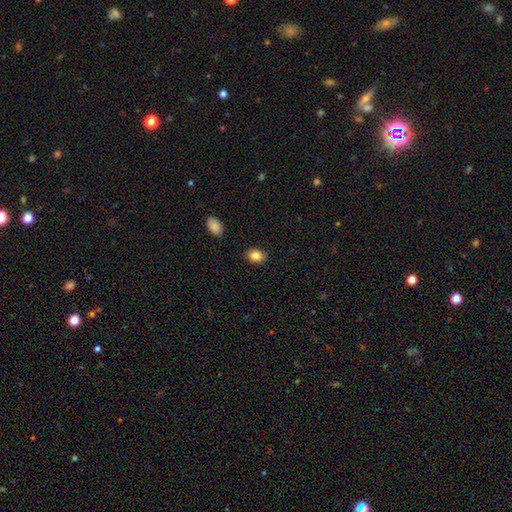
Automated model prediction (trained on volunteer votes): Smooth or featured: smooth — 84% (star or artifact — 9%)
How rounded: in between — 60% (round — 39%)
Merging: none — 85% (minor disturbance — 11%)